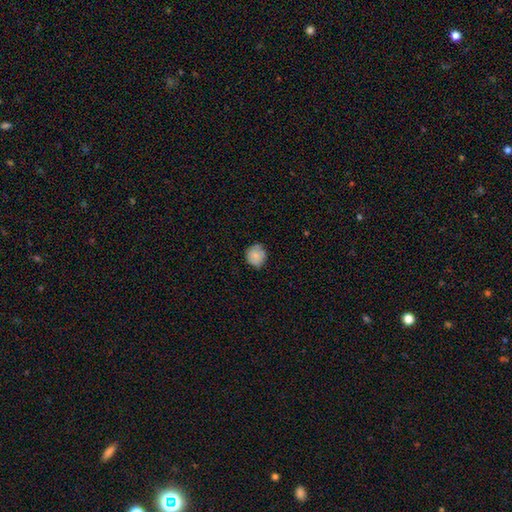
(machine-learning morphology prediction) A smooth galaxy with no disk features (80%) that is round (85%). Merging: none (74%).